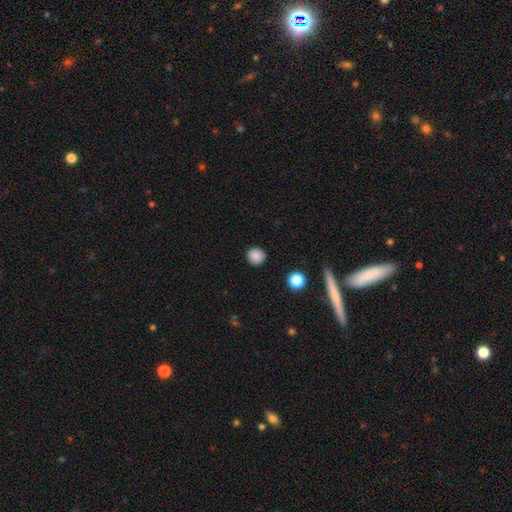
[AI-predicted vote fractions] A smooth galaxy with no disk features (86%) that is round (92%). Merging: none (91%).